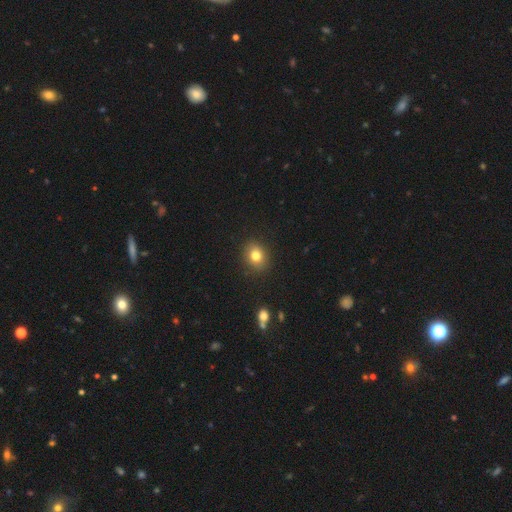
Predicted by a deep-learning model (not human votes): Overall: smooth (80%). How rounded: round (58%; in between 41%). Merging: none (89%).